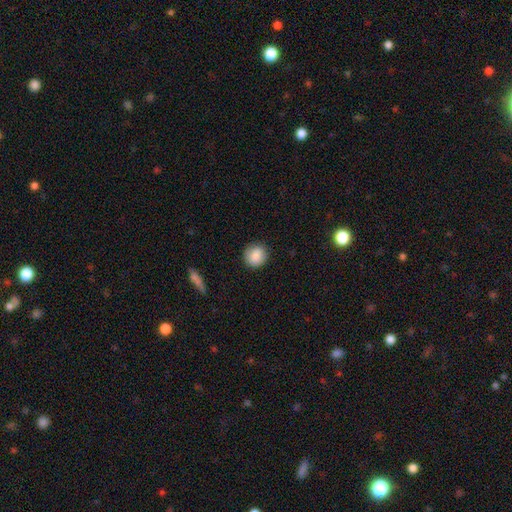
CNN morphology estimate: This appears to be a smooth galaxy with no disk features (87%) that is round (83%). Merging: none (84%).